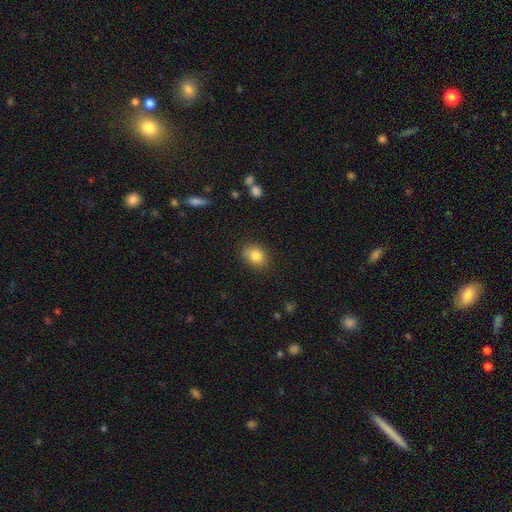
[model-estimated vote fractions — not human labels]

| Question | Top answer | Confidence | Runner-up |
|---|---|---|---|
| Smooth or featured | smooth | 83% | star or artifact (10%) |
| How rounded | in between | 56% | round (43%) |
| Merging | none | 80% | minor disturbance (15%) |